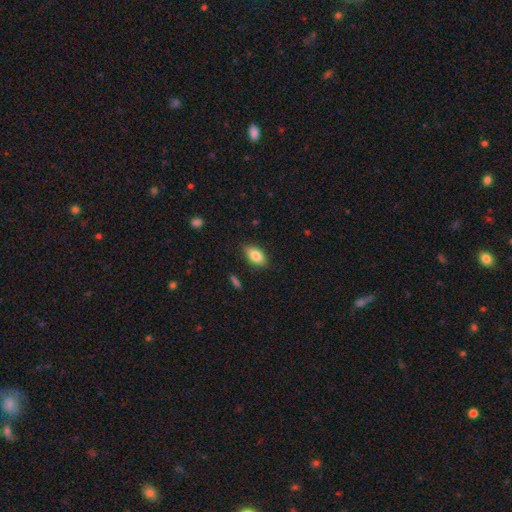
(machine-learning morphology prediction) Smooth or featured? smooth (84%)
How rounded? in between (89%)
Merging? none (83%)